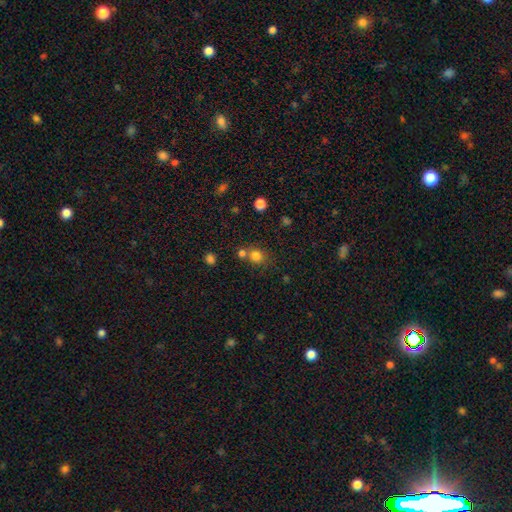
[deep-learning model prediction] smooth-or-featured: smooth: 80% | star or artifact: 14% | featured or disk: 6%
  how-rounded: round: 79% | in between: 21% | cigar-shaped: 1%
  merging: none: 58% | merger: 28% | minor disturbance: 10% | major disturbance: 4%